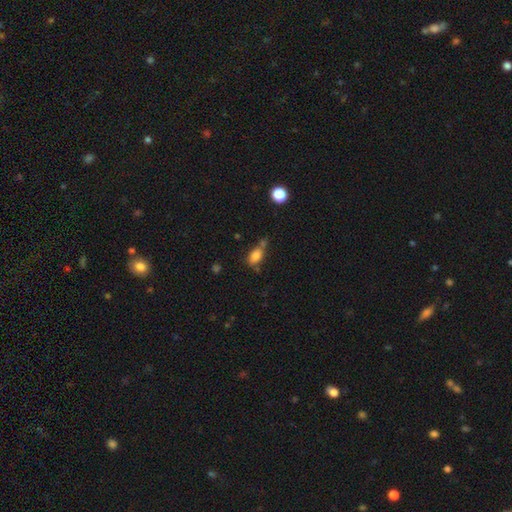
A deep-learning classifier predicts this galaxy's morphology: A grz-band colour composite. It shows a smooth galaxy with no disk features (81%) that is in between round and cigar-shaped (84%). Merging: none (51%).